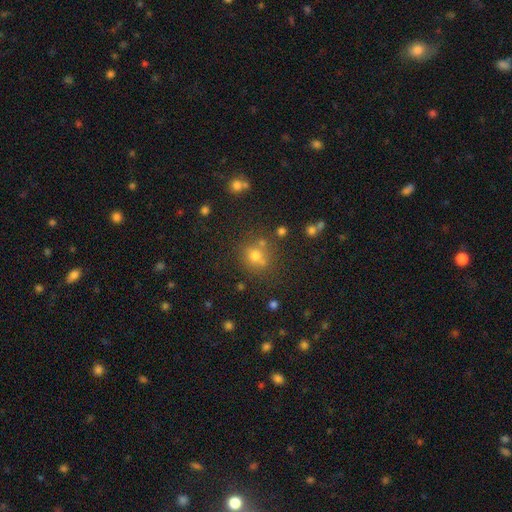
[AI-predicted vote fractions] smooth 67%, star or artifact 22%, featured or disk 11%. Down the decision tree: how rounded — round (84%); merging — none (64%).